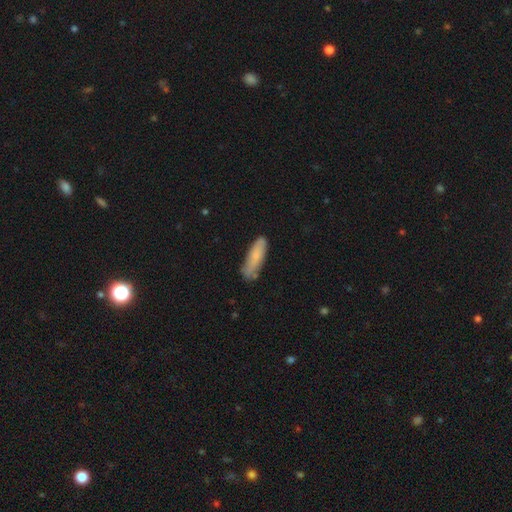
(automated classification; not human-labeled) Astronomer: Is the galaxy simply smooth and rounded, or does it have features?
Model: smooth — 75%.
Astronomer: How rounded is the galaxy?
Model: cigar-shaped — 60% (runner-up: in between, 38%).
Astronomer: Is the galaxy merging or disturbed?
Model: none — 70%.